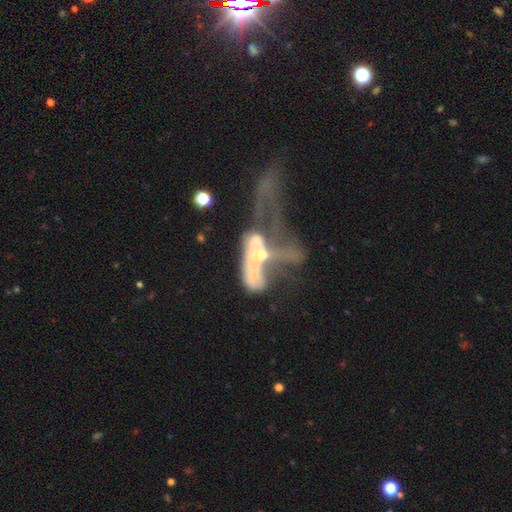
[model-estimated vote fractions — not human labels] Smooth or featured? Predicted: featured or disk (p=0.65). Edge-on disk? Predicted: no (p=0.89). Bar? Predicted: no (p=0.74). Spiral arms? Predicted: no (p=0.66). Bulge size? Predicted: moderate (p=0.42). Merging? Predicted: merger (p=0.60).